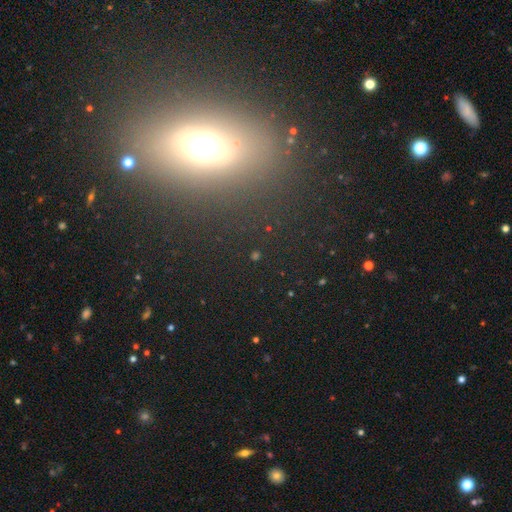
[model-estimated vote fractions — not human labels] The model was most divided on "smooth or featured": star or artifact: 62%, smooth: 27%, featured or disk: 11%.